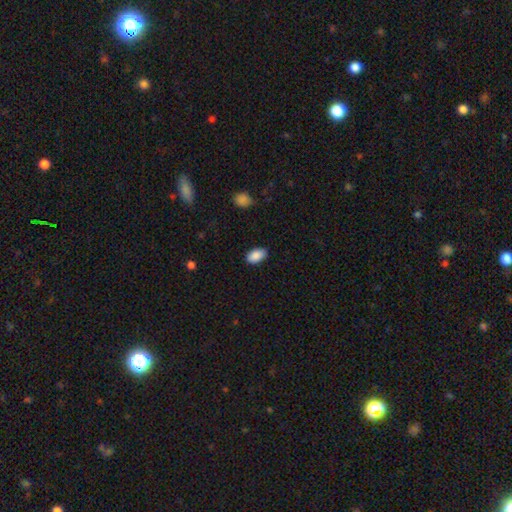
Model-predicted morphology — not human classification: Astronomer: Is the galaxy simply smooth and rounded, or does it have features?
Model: smooth — 89%.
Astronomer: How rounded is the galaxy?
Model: in between — 94%.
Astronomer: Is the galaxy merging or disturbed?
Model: none — 84%.